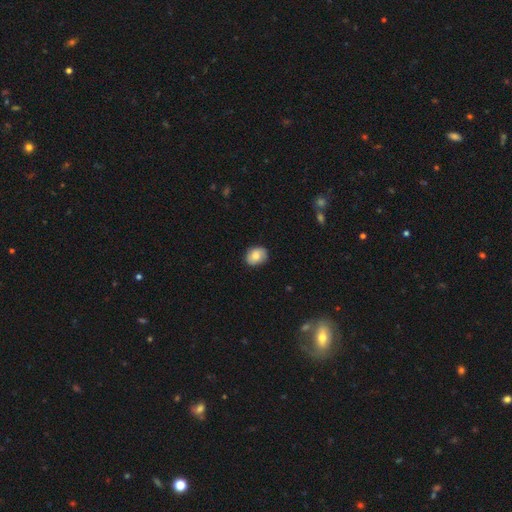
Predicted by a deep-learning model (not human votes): smooth-or-featured: smooth: 80% | featured or disk: 12% | star or artifact: 8%
  how-rounded: in between: 52% | round: 47% | cigar-shaped: 1%
  merging: none: 85% | minor disturbance: 12% | major disturbance: 2% | merger: 1%